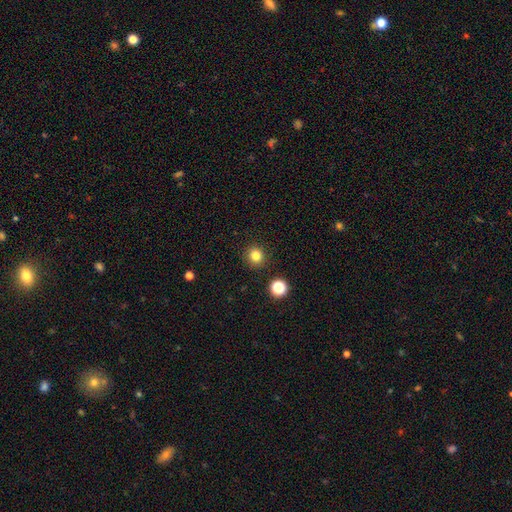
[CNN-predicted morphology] smooth 82%, star or artifact 13%, featured or disk 5%. Down the decision tree: how rounded — round (92%); merging — none (91%).